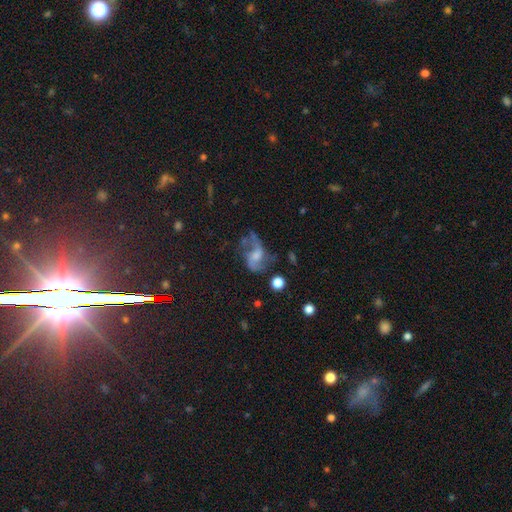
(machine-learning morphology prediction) Smooth or featured? Predicted: featured or disk (p=0.69). Edge-on disk? Predicted: no (p=0.97). Bar? Predicted: no (p=0.52). Spiral arms? Predicted: yes (p=0.84). Spiral winding? Predicted: loose (p=0.68). Spiral arm count? Predicted: 2 (p=0.80). Bulge size? Predicted: moderate (p=0.37). Merging? Predicted: none (p=0.39).